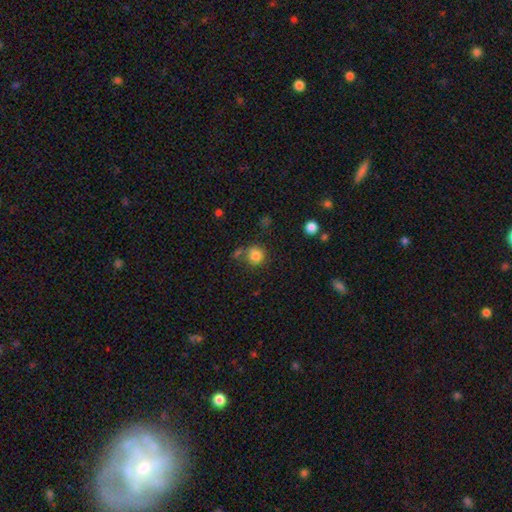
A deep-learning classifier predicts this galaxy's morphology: smooth 82%, star or artifact 12%, featured or disk 6%. Down the decision tree: how rounded — round (88%); merging — none (67%).